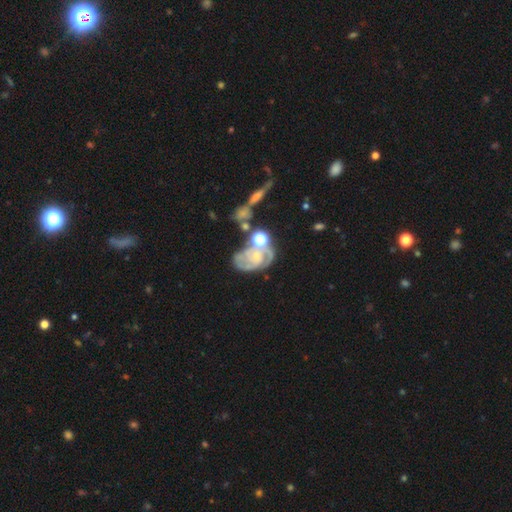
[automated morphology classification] featured or disk 76%, smooth 15%, star or artifact 10%. Down the decision tree: edge-on disk — no (97%); bar — no (73%); spiral arms — yes (85%); spiral arm count — 2 (33%); spiral winding — tight (51%); bulge size — small (54%); merging — none (35%).